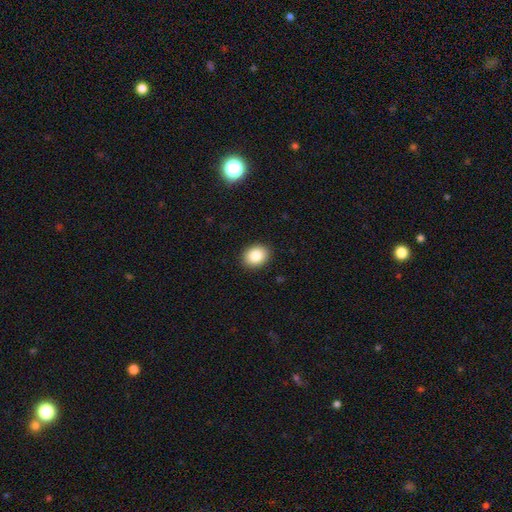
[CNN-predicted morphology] smooth-or-featured: smooth: 86% | star or artifact: 9% | featured or disk: 6%
  how-rounded: in between: 51% | round: 48% | cigar-shaped: 1%
  merging: none: 91% | minor disturbance: 6% | major disturbance: 2% | merger: 1%